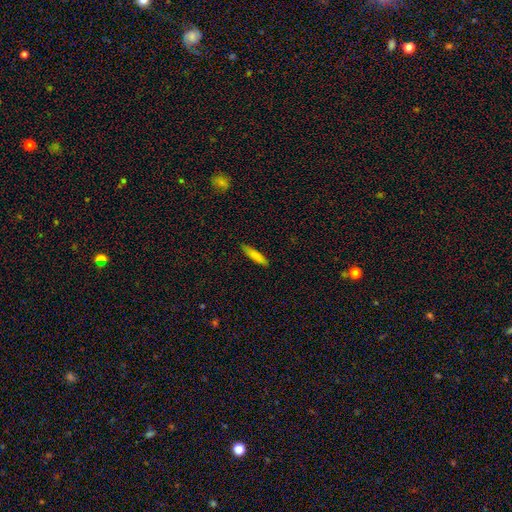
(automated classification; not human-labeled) Overall: smooth (83%). How rounded: cigar-shaped (81%). Merging: none (87%).